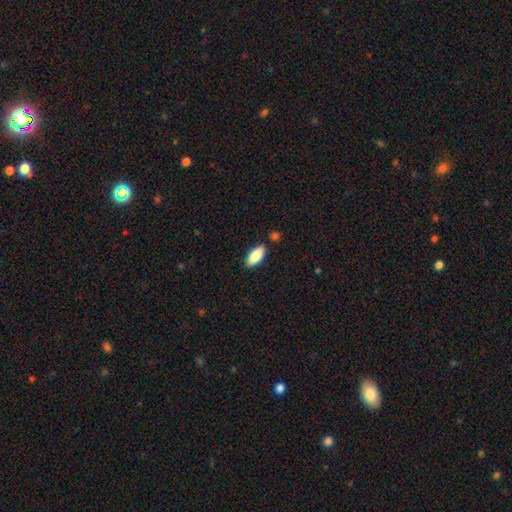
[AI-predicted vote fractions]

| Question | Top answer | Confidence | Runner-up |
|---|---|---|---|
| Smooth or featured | smooth | 84% | featured or disk (9%) |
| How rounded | in between | 81% | cigar-shaped (17%) |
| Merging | none | 85% | minor disturbance (10%) |